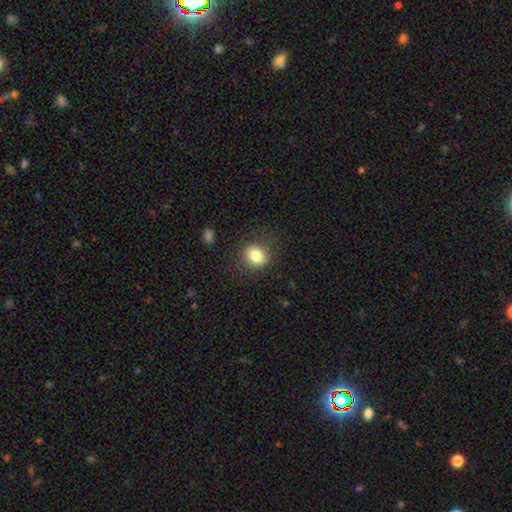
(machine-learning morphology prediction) A smooth galaxy with no disk features (83%) that is round (65%).

Vote fractions:
- Smooth or featured? smooth: 83% / star or artifact: 10% / featured or disk: 7%
- How rounded? round: 65% / in between: 34% / cigar-shaped: 1%
- Merging? none: 83% / minor disturbance: 11% / major disturbance: 5% / merger: 1%